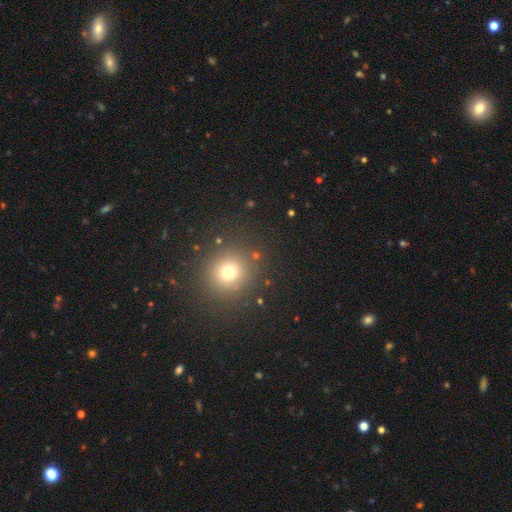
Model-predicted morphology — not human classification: smooth 68%, star or artifact 24%, featured or disk 7%. Down the decision tree: how rounded — round (92%); merging — none (89%).